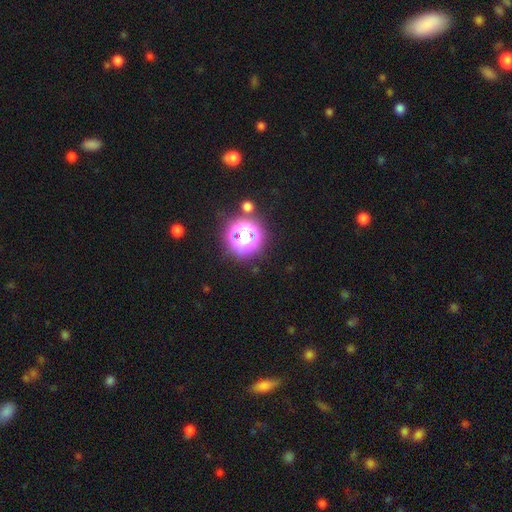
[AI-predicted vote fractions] Smooth or featured: star or artifact — 77% (smooth — 16%)